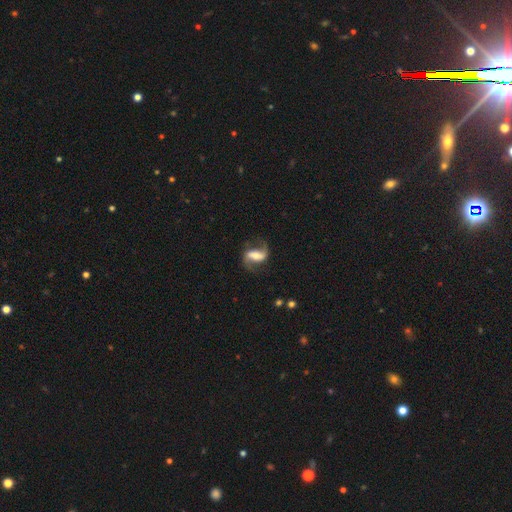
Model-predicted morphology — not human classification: A featured or disk galaxy (78%) with a strong bar (50%), 2 (91%) loose (56%) spiral arms (93%) and a moderate central bulge (45%). Merging: none (72%).